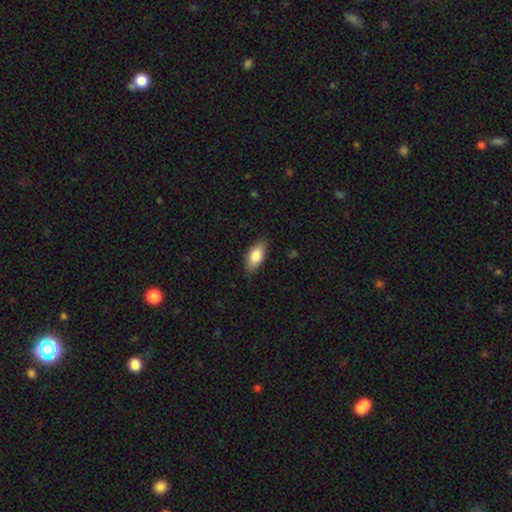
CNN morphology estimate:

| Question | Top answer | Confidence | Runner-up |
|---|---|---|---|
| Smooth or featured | smooth | 82% | featured or disk (11%) |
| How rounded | in between | 88% | cigar-shaped (8%) |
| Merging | none | 84% | minor disturbance (12%) |